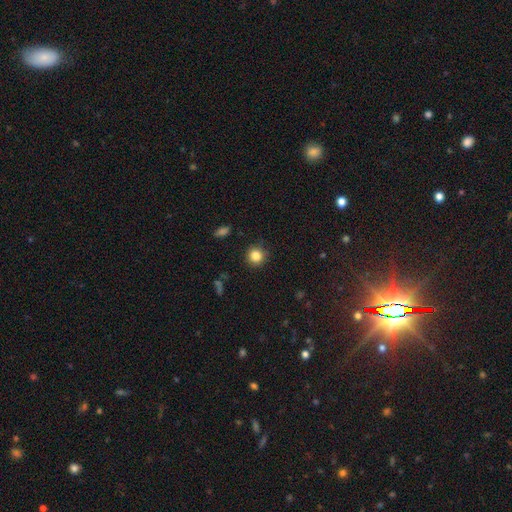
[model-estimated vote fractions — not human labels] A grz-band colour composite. It shows a smooth galaxy with no disk features (84%) that is round (92%). Merging: none (88%).